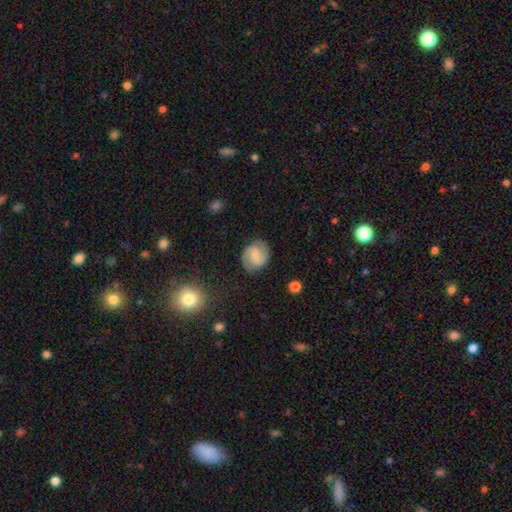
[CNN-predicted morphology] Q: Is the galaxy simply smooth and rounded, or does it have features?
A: featured or disk — 59%.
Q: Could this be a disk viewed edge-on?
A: no — 98%.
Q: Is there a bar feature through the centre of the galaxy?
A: weak — 50%.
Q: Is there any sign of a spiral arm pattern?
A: yes — 90%.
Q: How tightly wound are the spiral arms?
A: medium — 48%.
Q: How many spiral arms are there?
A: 2 — 87%.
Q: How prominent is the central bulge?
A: small — 53%.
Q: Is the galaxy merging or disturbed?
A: none — 80%.